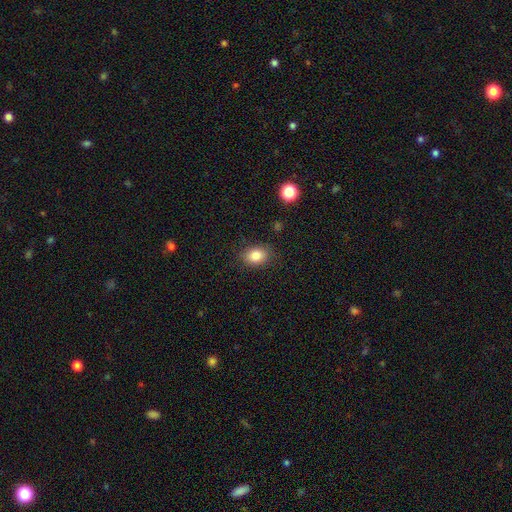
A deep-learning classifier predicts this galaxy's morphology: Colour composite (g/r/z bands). It shows a smooth galaxy with no disk features (83%) that is in between round and cigar-shaped (64%). Merging: none (85%).